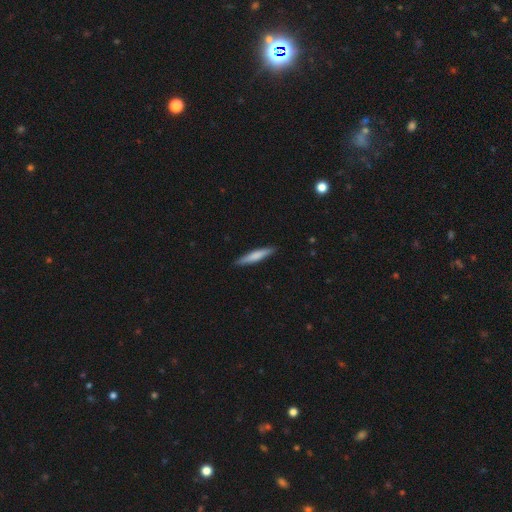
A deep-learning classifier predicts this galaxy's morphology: Smooth or featured? smooth (69%)
How rounded? cigar-shaped (91%)
Merging? none (90%)